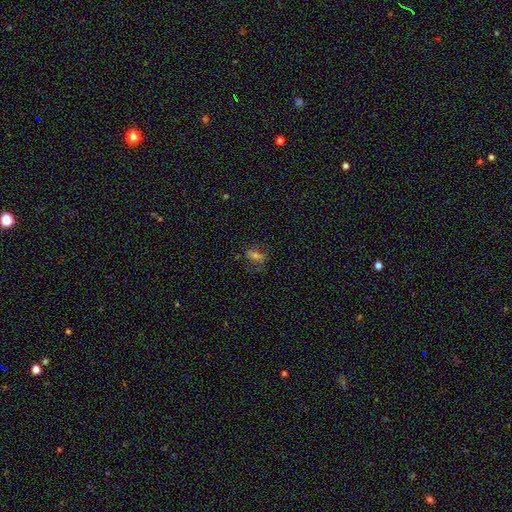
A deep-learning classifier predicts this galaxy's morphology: smooth_or_featured: smooth (p=0.43) [alt: featured or disk p=0.36]
merging: none (p=0.75) [alt: minor disturbance p=0.16]